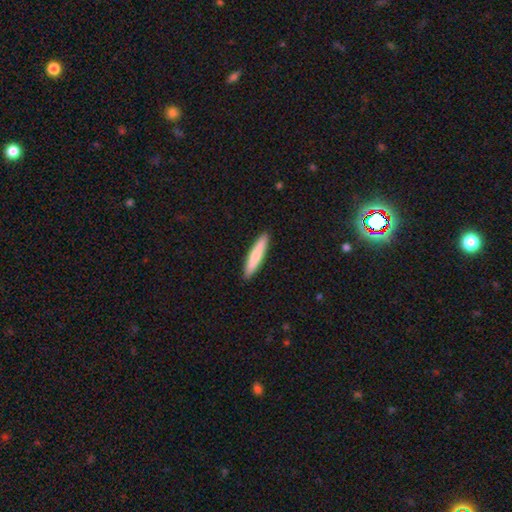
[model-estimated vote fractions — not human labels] smooth-or-featured: smooth: 78% | featured or disk: 17% | star or artifact: 5%
  how-rounded: cigar-shaped: 91% | in between: 8% | round: 1%
  merging: none: 92% | minor disturbance: 6% | major disturbance: 1% | merger: 1%